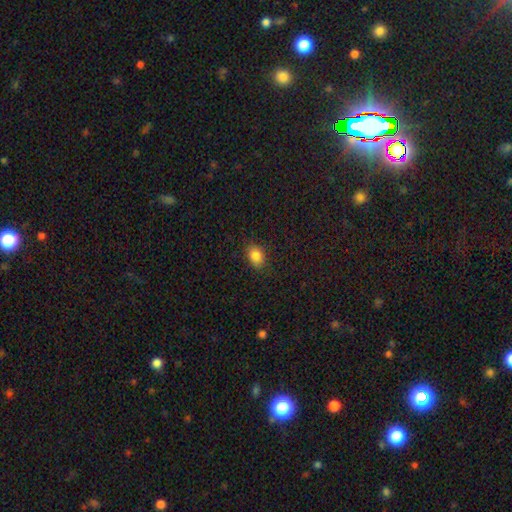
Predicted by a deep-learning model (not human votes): smooth 84%, star or artifact 11%, featured or disk 6%. Down the decision tree: how rounded — in between (67%); merging — none (83%).